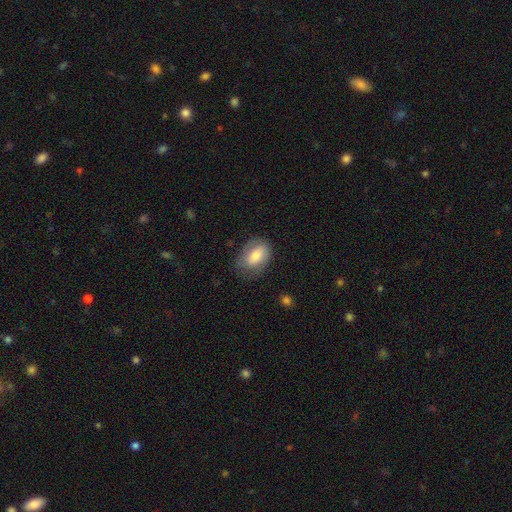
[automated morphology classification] Overall: smooth (71%). How rounded: in between (85%). Merging: none (68%).